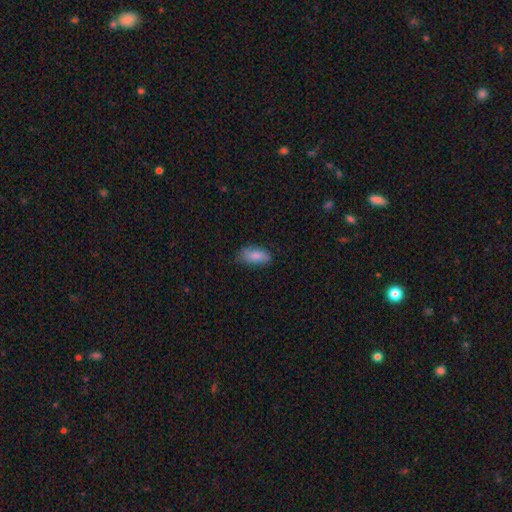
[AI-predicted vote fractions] Smooth or featured: smooth — 81% (featured or disk — 12%)
How rounded: in between — 90% (cigar-shaped — 7%)
Merging: none — 68% (minor disturbance — 25%)